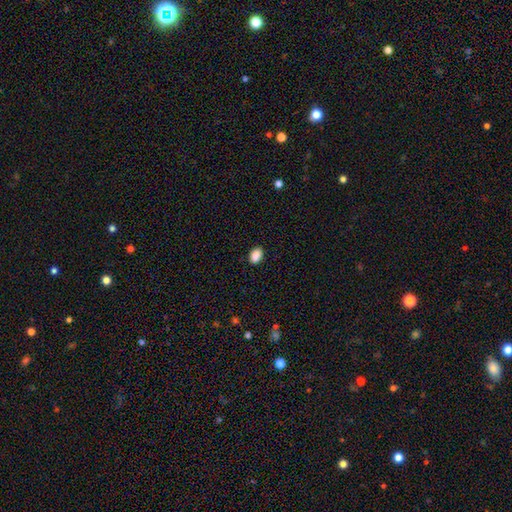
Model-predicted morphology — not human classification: type=smooth (89%); roundness=in between (85%); merging=none (87%).